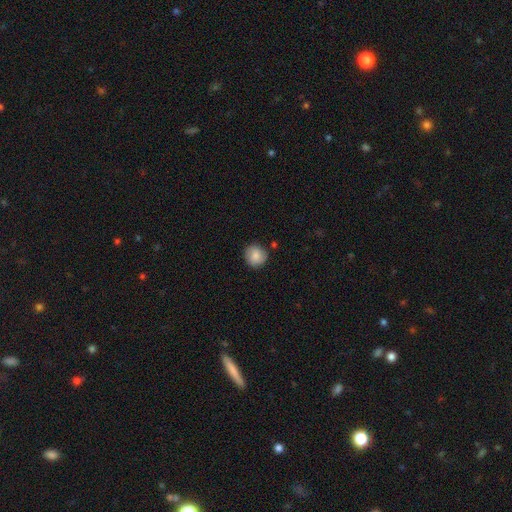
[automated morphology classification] This is clearly a smooth galaxy (83%). How rounded: clearly round (91%). Merging: clearly none (84%).